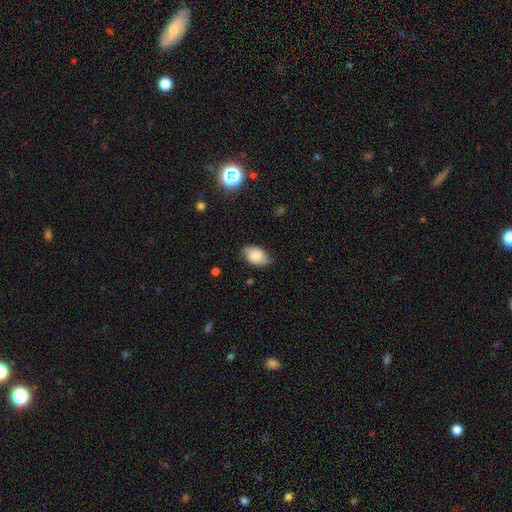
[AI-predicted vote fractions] Overall: smooth (82%). How rounded: in between (90%). Merging: none (76%).